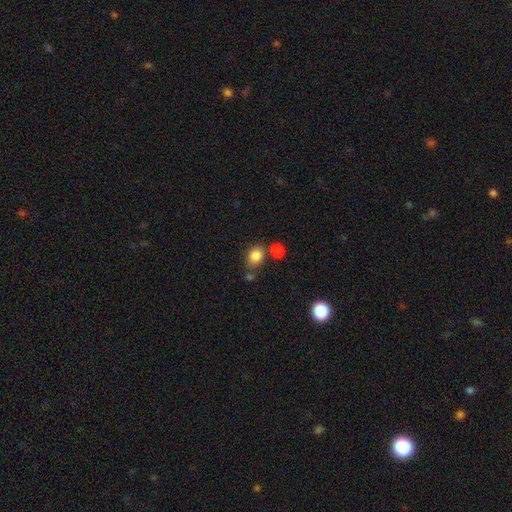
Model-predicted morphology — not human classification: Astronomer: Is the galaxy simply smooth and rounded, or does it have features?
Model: smooth — 84%.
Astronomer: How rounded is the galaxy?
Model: in between — 55% (runner-up: round, 44%).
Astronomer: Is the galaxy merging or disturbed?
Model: none — 64%.